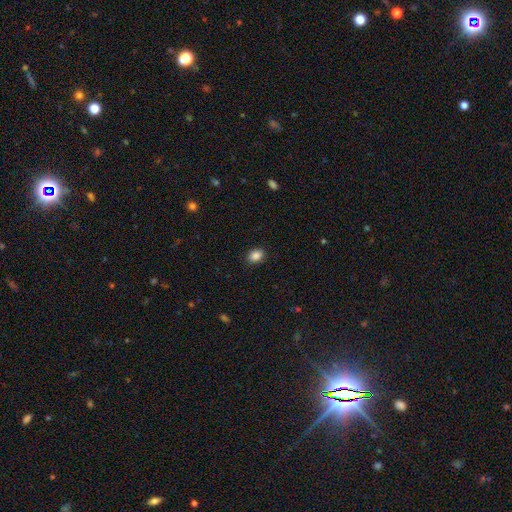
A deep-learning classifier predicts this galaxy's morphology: Q: Smooth or featured?
A: smooth (87%); runner-up: star or artifact (9%)
Q: How rounded?
A: in between (71%); runner-up: round (28%)
Q: Merging?
A: none (89%); runner-up: minor disturbance (8%)